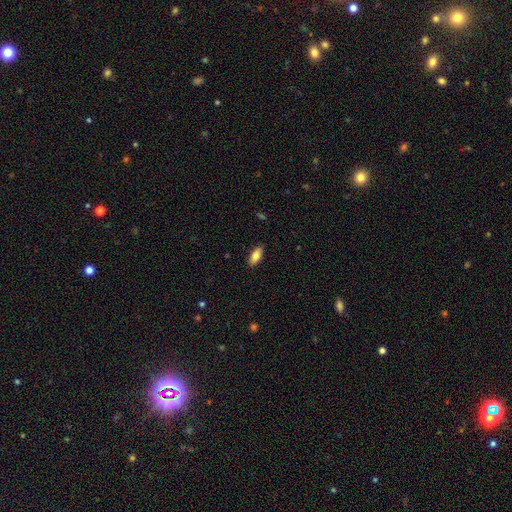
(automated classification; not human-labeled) Smooth or featured? Predicted: smooth (p=0.84). How rounded? Predicted: in between (p=0.84). Merging? Predicted: none (p=0.89).